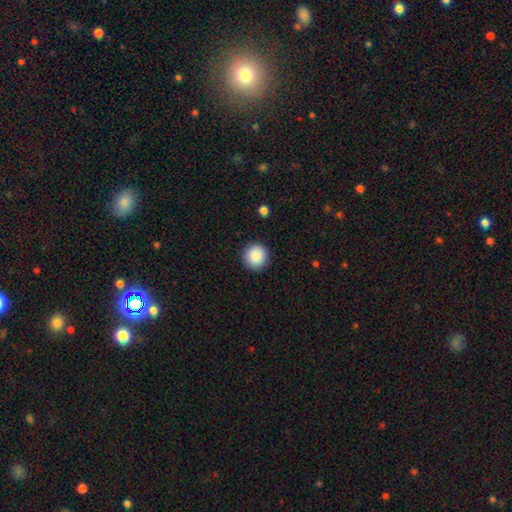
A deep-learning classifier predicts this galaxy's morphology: This appears to be a smooth galaxy with no disk features (89%) that is round (95%). Merging: none (92%).